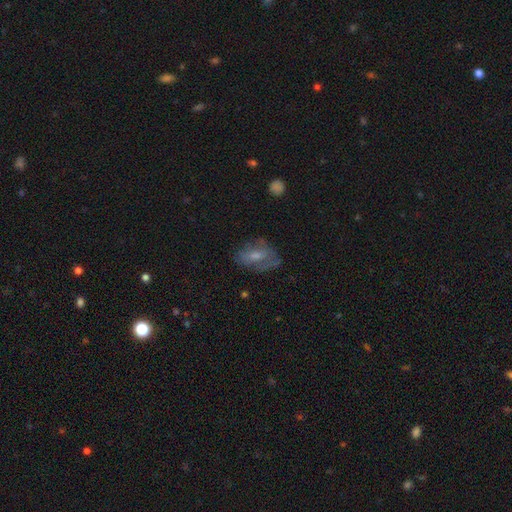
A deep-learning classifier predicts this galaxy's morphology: A featured or disk galaxy (47%). Merging: none (60%).